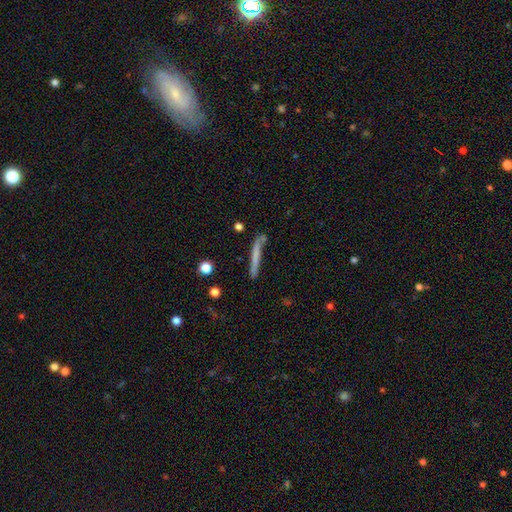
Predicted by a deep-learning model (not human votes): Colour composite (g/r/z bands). It shows a smooth galaxy with no disk features (63%) that is cigar-shaped (96%). Merging: none (76%).